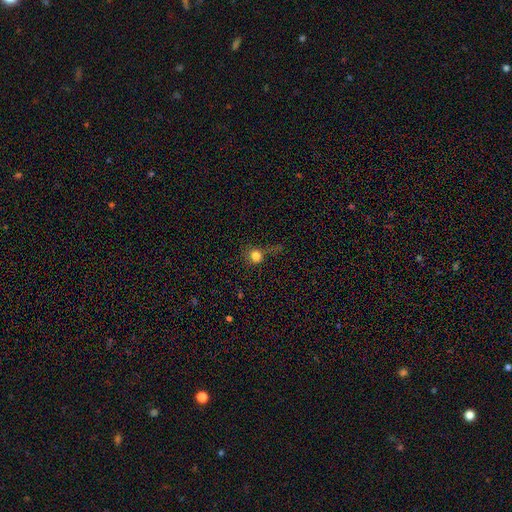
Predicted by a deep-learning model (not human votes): A smooth galaxy with no disk features (78%) that is round (86%).

Vote fractions:
- Smooth or featured? smooth: 78% / star or artifact: 15% / featured or disk: 8%
- How rounded? round: 86% / in between: 12% / cigar-shaped: 1%
- Merging? none: 54% / minor disturbance: 21% / major disturbance: 19% / merger: 7%